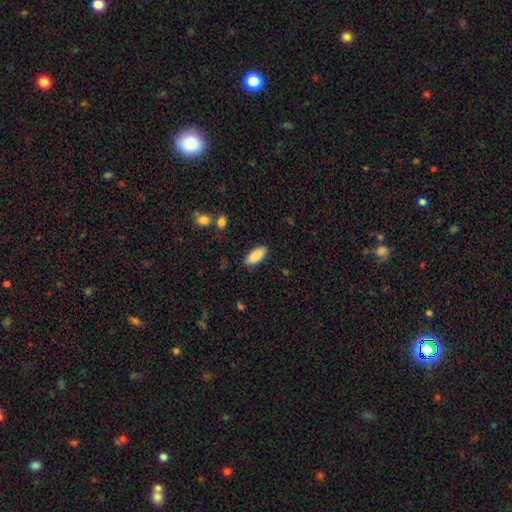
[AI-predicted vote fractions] Smooth or featured?
  - smooth: 88% *
  - star or artifact: 6%
  - featured or disk: 5%
How rounded?
  - in between: 85% *
  - cigar-shaped: 14%
  - round: 2%
Merging?
  - none: 86% *
  - minor disturbance: 10%
  - major disturbance: 2%
  - merger: 1%